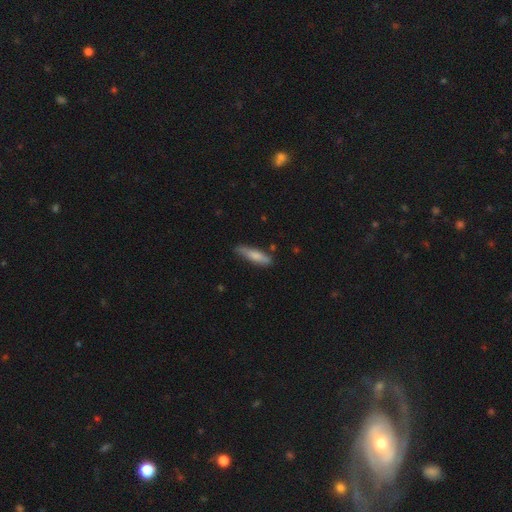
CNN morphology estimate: Overall: smooth (75%). How rounded: cigar-shaped (71%). Merging: none (68%).